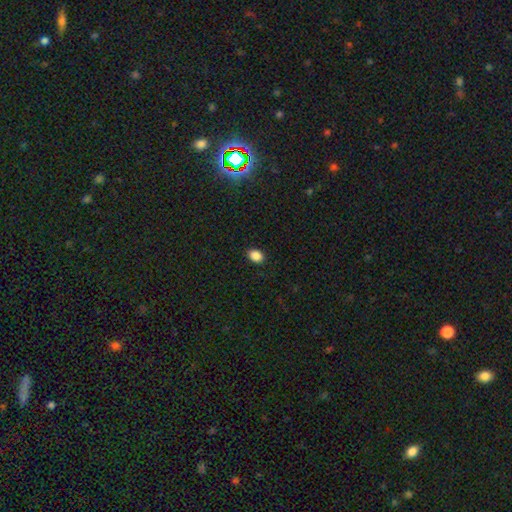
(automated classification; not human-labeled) Morphology: type=smooth (87%); roundness=in between (73%); merging=none (89%).